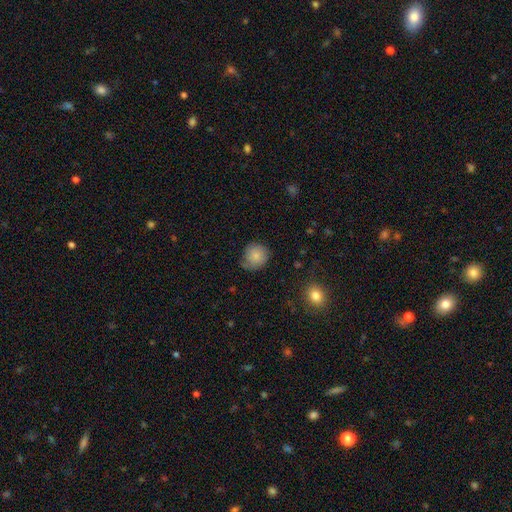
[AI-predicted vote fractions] Smooth or featured: smooth — 80% (featured or disk — 12%)
How rounded: round — 86% (in between — 13%)
Merging: none — 64% (minor disturbance — 27%)